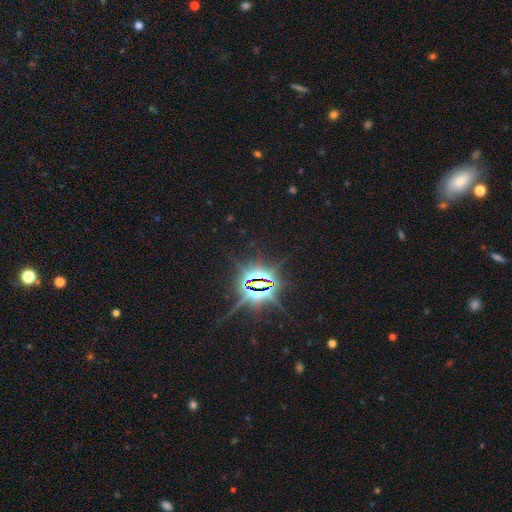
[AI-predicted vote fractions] star or artifact 85%, smooth 9%, featured or disk 6%.